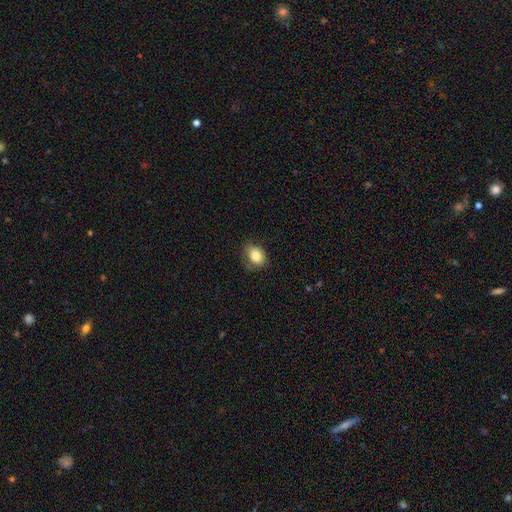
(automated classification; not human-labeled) A smooth galaxy with no disk features (83%) that is in between round and cigar-shaped (66%).

Vote fractions:
- Smooth or featured? smooth: 83% / featured or disk: 9% / star or artifact: 8%
- How rounded? in between: 66% / round: 33% / cigar-shaped: 1%
- Merging? none: 68% / minor disturbance: 24% / major disturbance: 7% / merger: 1%